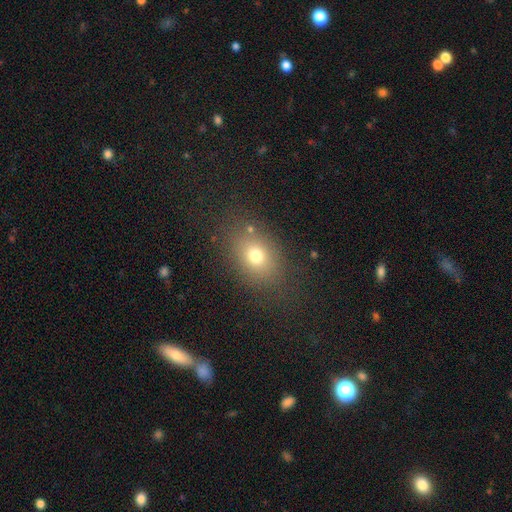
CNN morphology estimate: Overall: smooth (72%). How rounded: in between (65%; round 34%). Merging: none (79%).